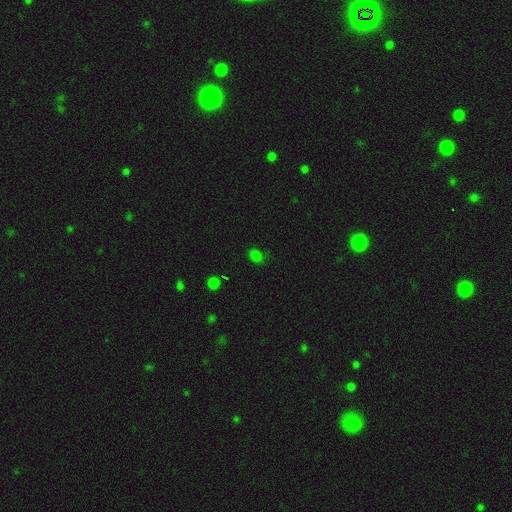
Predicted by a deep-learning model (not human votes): Morphology: type=smooth (73%); roundness=round (50%); merging=none (80%).